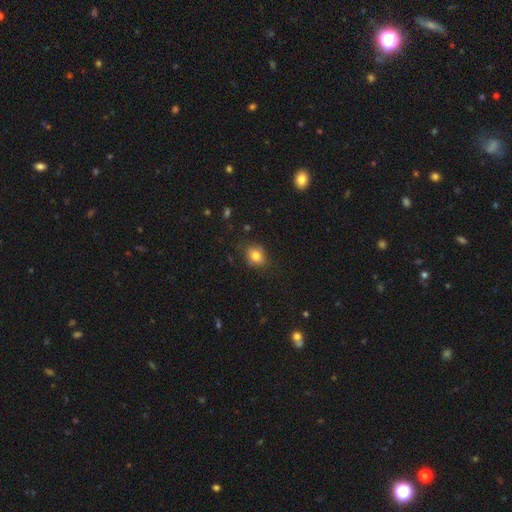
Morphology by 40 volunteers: A smooth galaxy with no disk features (72%) that is in between round and cigar-shaped (52%). Merging: none (64%).